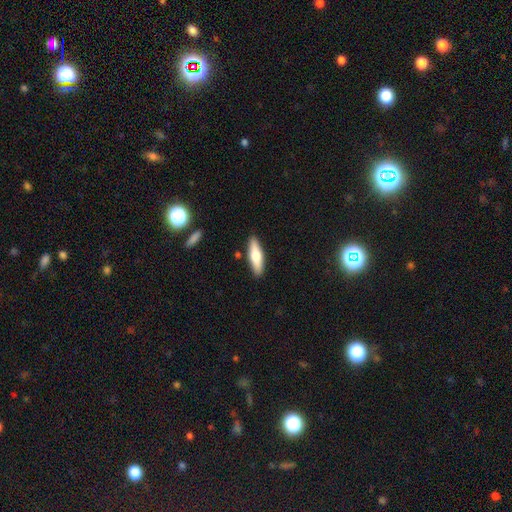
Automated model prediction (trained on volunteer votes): A smooth galaxy with no disk features (62%) that is cigar-shaped (56%). Merging: none (87%).